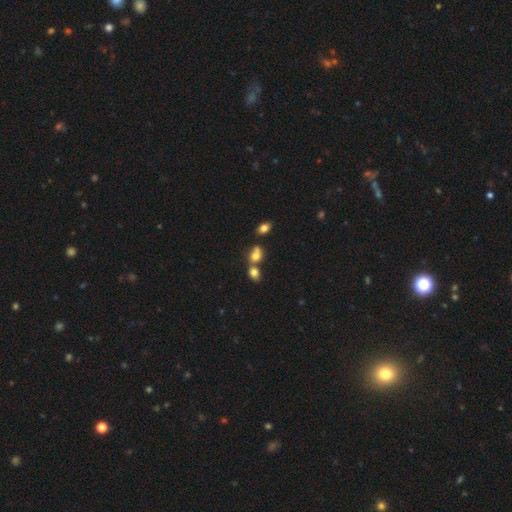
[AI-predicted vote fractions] smooth-or-featured: smooth: 76% | star or artifact: 13% | featured or disk: 11%
  how-rounded: in between: 54% | round: 44% | cigar-shaped: 2%
  merging: merger: 50% | none: 36% | minor disturbance: 10% | major disturbance: 5%